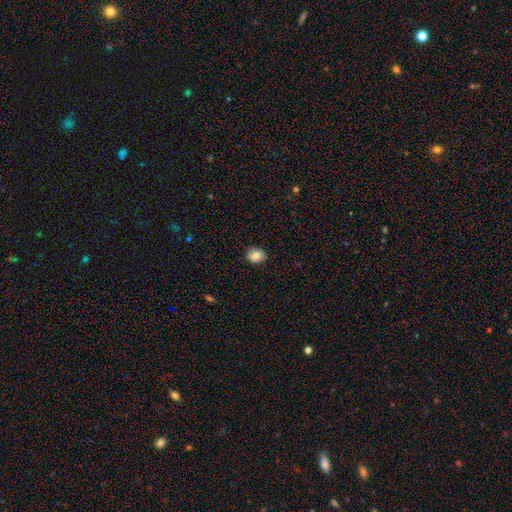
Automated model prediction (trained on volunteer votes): Q: Smooth or featured?
A: smooth (83%); runner-up: star or artifact (9%)
Q: How rounded?
A: round (60%); runner-up: in between (39%)
Q: Merging?
A: none (84%); runner-up: minor disturbance (12%)